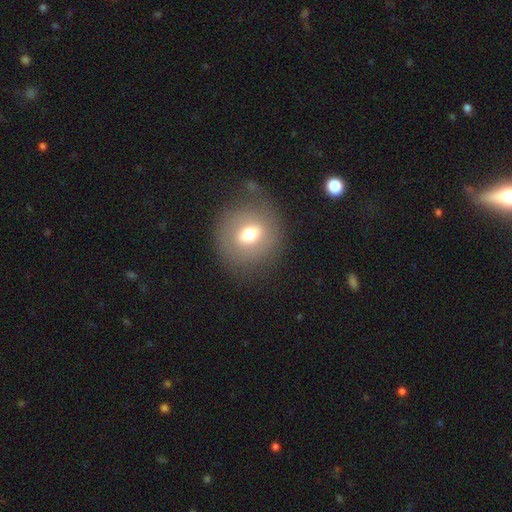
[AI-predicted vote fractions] smooth 43%, featured or disk 40%, star or artifact 18%. Down the decision tree: merging — none (78%).